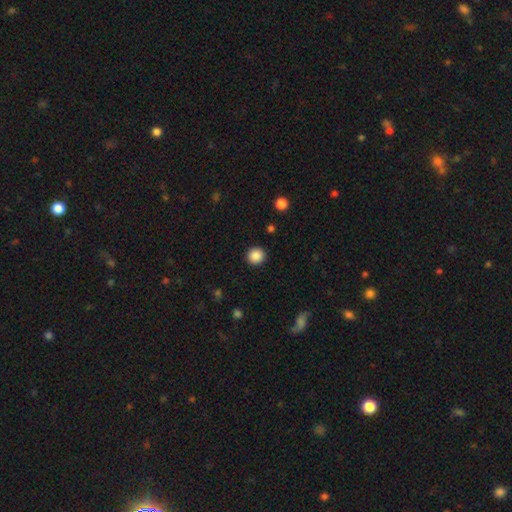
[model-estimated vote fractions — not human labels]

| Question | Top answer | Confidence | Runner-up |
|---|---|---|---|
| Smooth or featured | smooth | 88% | star or artifact (9%) |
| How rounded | round | 92% | in between (7%) |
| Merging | none | 92% | minor disturbance (5%) |